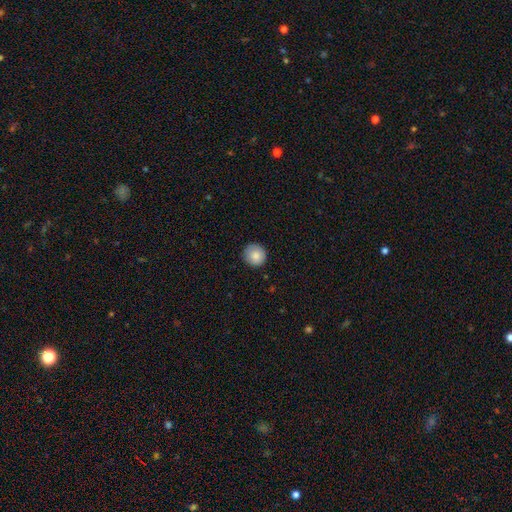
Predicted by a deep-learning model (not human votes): This is clearly a smooth galaxy (86%). How rounded: clearly round (93%). Merging: clearly none (86%).